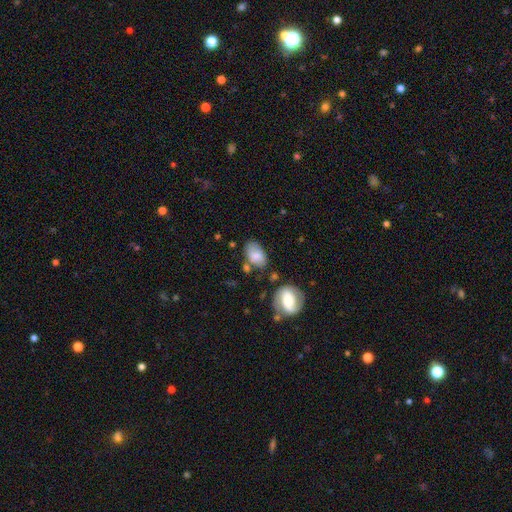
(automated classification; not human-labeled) This appears to be a smooth galaxy with no disk features (74%) that is in between round and cigar-shaped (89%). Merging: none (59%).